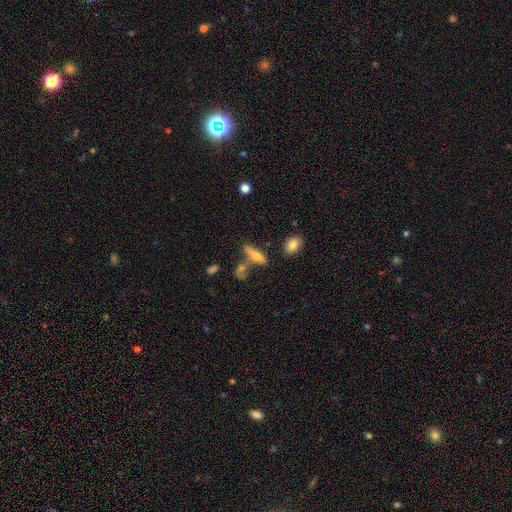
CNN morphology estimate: smooth-or-featured: smooth: 65% | featured or disk: 25% | star or artifact: 10%
  how-rounded: cigar-shaped: 60% | in between: 36% | round: 4%
  merging: none: 53% | merger: 22% | minor disturbance: 17% | major disturbance: 8%